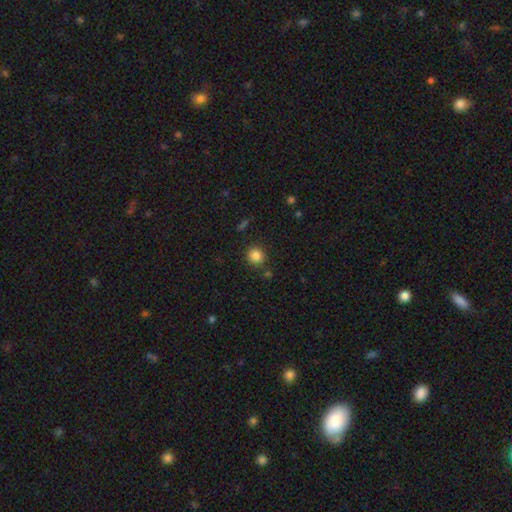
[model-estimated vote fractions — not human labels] A smooth galaxy with no disk features (84%) that is round (91%). Merging: none (85%).